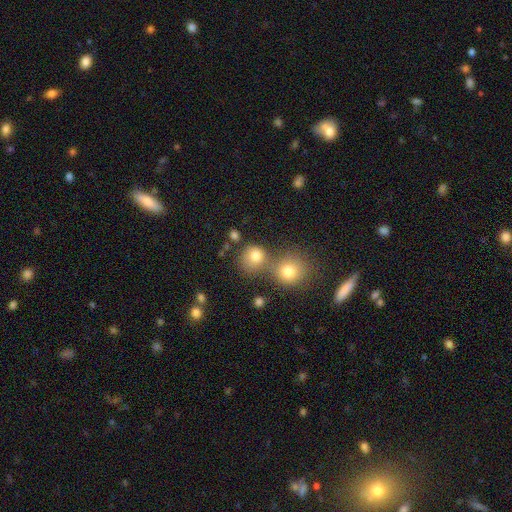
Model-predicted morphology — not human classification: smooth_or_featured: smooth (p=0.79) [alt: star or artifact p=0.13]
how_rounded: round (p=0.84) [alt: in between p=0.15]
merging: none (p=0.50) [alt: merger p=0.36]